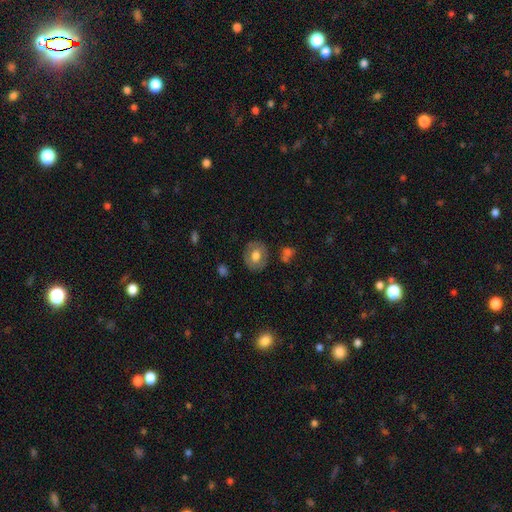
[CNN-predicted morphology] This appears to be a smooth galaxy with no disk features (61%) that is round (62%). Merging: none (80%).